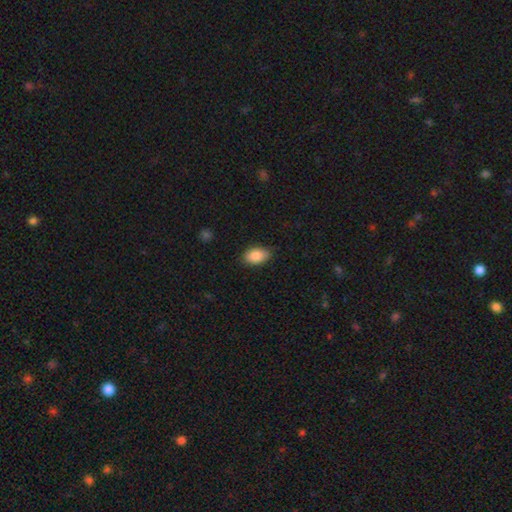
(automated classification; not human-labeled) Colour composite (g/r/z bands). It shows a smooth galaxy with no disk features (87%) that is in between round and cigar-shaped (89%). Merging: none (79%).